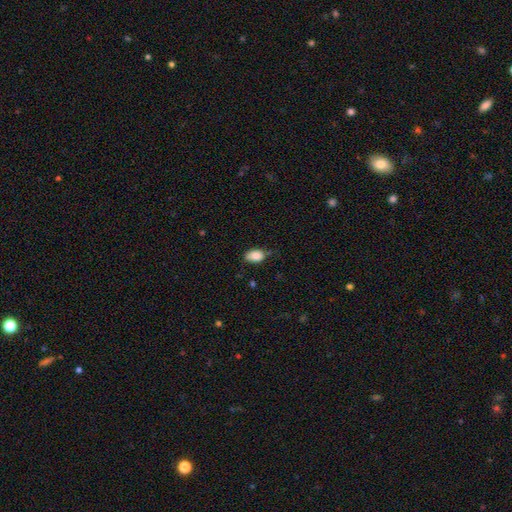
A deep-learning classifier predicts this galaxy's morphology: Overall: smooth (86%). How rounded: in between (87%). Merging: none (65%; minor disturbance 28%).